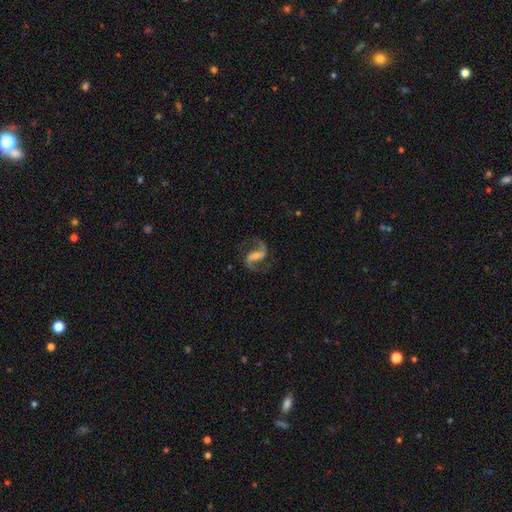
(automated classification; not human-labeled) A featured or disk galaxy (90%) with a weak bar (42%), 2 (94%) medium (50%) spiral arms (98%) and a small central bulge (38%).

Vote fractions:
- Smooth or featured? featured or disk: 90% / star or artifact: 6% / smooth: 5%
- Edge-on disk? no: 98% / yes: 2%
- Bar? weak: 42% / strong: 41% / no: 17%
- Spiral arms? yes: 98% / no: 2%
- Spiral winding? medium: 50% / loose: 42% / tight: 8%
- Spiral arm count? 2: 94% / can't tell: 2% / 1: 1% / 3: 1% / 4: 1% / more than 4: 1%
- Bulge size? small: 38% / moderate: 29% / none: 24% / large: 7% / dominant: 2%
- Merging? none: 79% / minor disturbance: 12% / major disturbance: 8% / merger: 1%